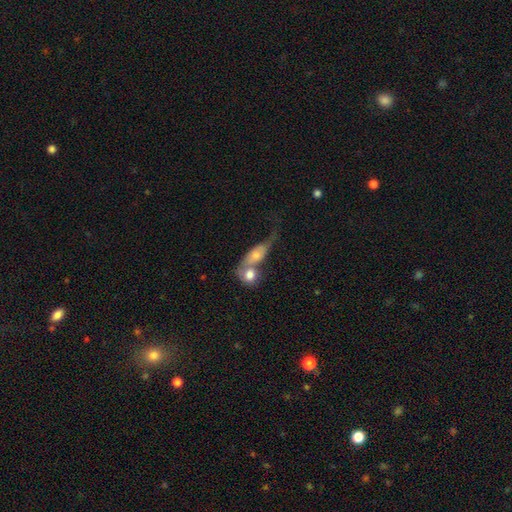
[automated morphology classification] A smooth galaxy with no disk features (57%) that is in between round and cigar-shaped (57%).

Vote fractions:
- Smooth or featured? smooth: 57% / featured or disk: 35% / star or artifact: 8%
- How rounded? in between: 57% / round: 29% / cigar-shaped: 14%
- Merging? merger: 67% / none: 14% / major disturbance: 11% / minor disturbance: 8%